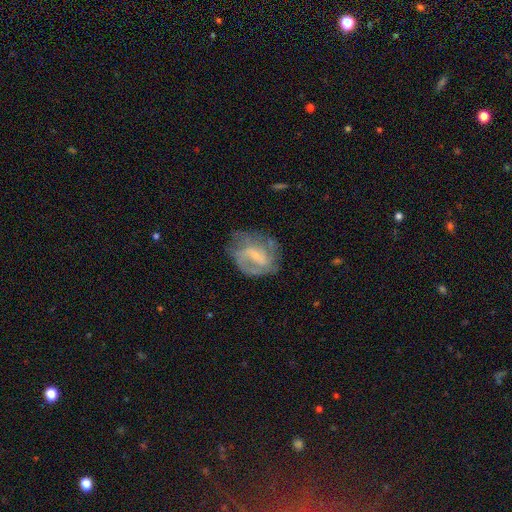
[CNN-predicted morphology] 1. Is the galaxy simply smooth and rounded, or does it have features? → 79% featured or disk, 15% smooth, 6% star or artifact.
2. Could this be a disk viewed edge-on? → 98% no, 2% yes.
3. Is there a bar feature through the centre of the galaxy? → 52% weak, 28% no, 20% strong.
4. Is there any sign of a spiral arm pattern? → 88% yes, 12% no.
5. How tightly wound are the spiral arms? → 47% medium, 32% tight, 21% loose.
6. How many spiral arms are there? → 49% 2, 24% can't tell, 14% 3, 6% 1, 4% 4, 3% more than 4.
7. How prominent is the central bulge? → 70% small, 22% moderate, 6% none, 1% large, 1% dominant.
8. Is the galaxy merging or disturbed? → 61% none, 23% minor disturbance, 14% major disturbance, 2% merger.